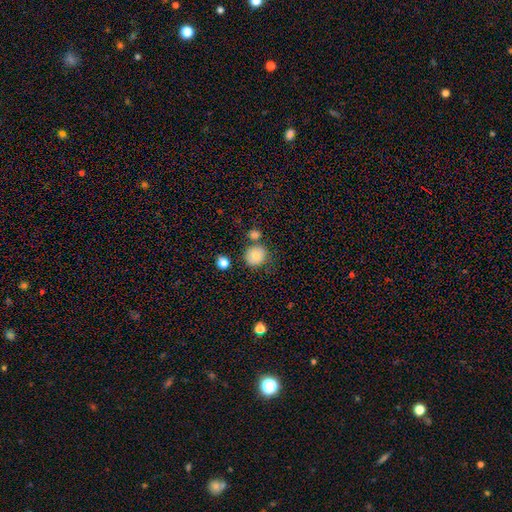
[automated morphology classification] smooth_or_featured: smooth (p=0.81) [alt: star or artifact p=0.10]
how_rounded: round (p=0.85) [alt: in between p=0.14]
merging: none (p=0.70) [alt: minor disturbance p=0.14]